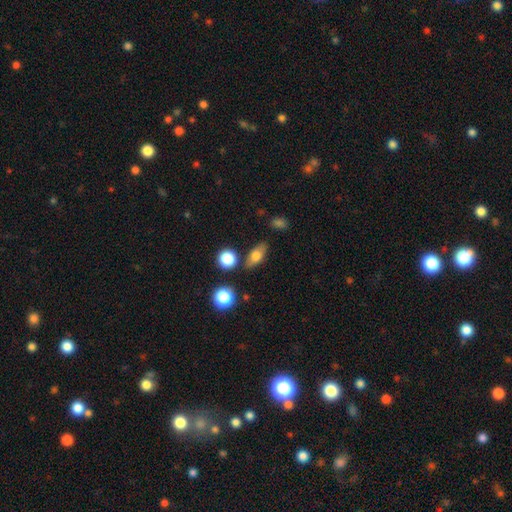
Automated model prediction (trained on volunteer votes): Smooth or featured?
  - smooth: 72% *
  - featured or disk: 18%
  - star or artifact: 10%
How rounded?
  - in between: 74% *
  - cigar-shaped: 15%
  - round: 12%
Merging?
  - none: 78% *
  - minor disturbance: 12%
  - merger: 6%
  - major disturbance: 3%